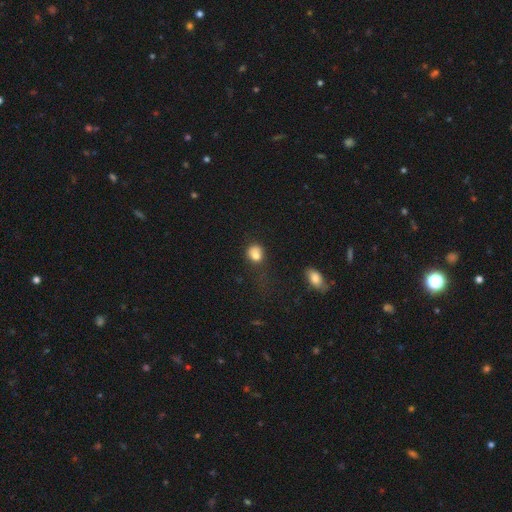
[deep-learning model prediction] A smooth galaxy with no disk features (79%) that is round (68%).

Vote fractions:
- Smooth or featured? smooth: 79% / star or artifact: 11% / featured or disk: 10%
- How rounded? round: 68% / in between: 31% / cigar-shaped: 1%
- Merging? none: 46% / minor disturbance: 26% / major disturbance: 19% / merger: 8%